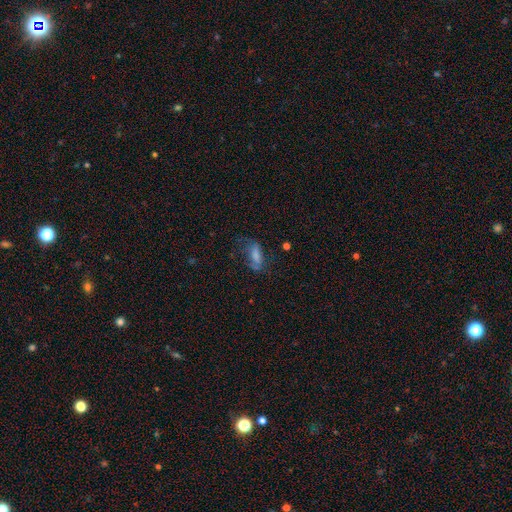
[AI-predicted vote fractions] Morphology: type=smooth (61%); roundness=in between (74%); merging=none (45%).